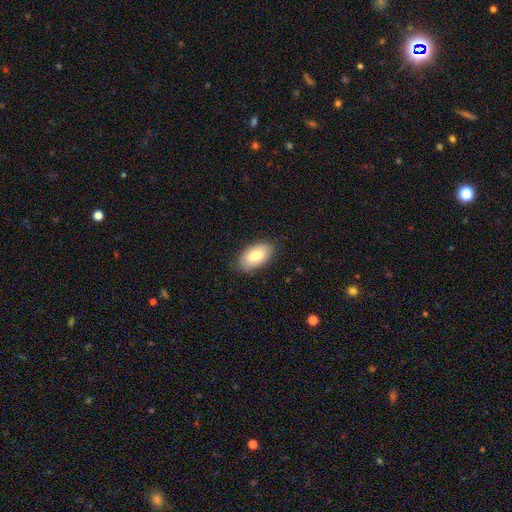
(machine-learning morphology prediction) This appears to be a smooth galaxy with no disk features (77%) that is in between round and cigar-shaped (94%). Merging: none (82%).